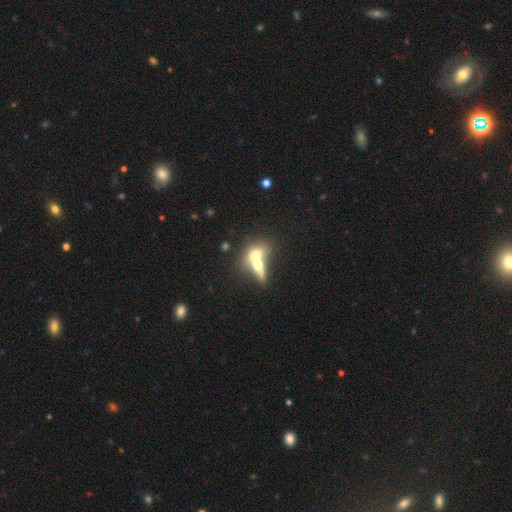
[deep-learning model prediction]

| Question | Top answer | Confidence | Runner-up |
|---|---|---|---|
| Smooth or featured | smooth | 62% | featured or disk (30%) |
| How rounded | in between | 57% | round (29%) |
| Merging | merger | 73% | none (17%) |